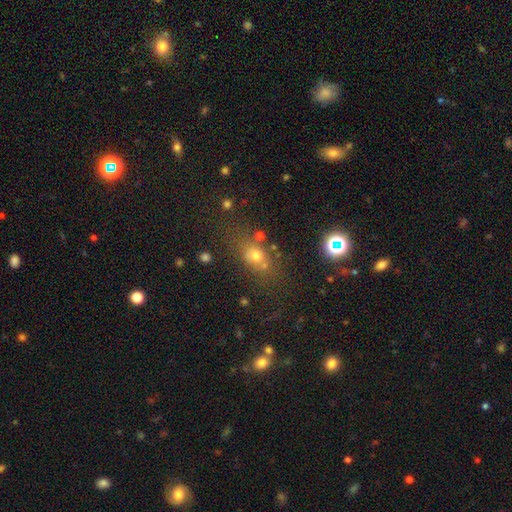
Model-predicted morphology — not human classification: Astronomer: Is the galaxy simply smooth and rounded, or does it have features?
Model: smooth — 62%.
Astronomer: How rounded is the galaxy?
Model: in between — 49% (runner-up: round, 46%).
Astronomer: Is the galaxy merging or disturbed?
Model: none — 65%.